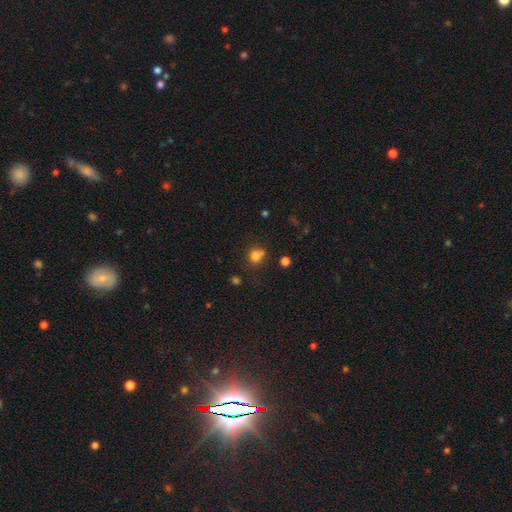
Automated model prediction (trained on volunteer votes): The model was most divided on "merging": none: 53%, merger: 25%, minor disturbance: 15%, major disturbance: 6%. More confident: how rounded — round (79%); smooth or featured — smooth (77%).